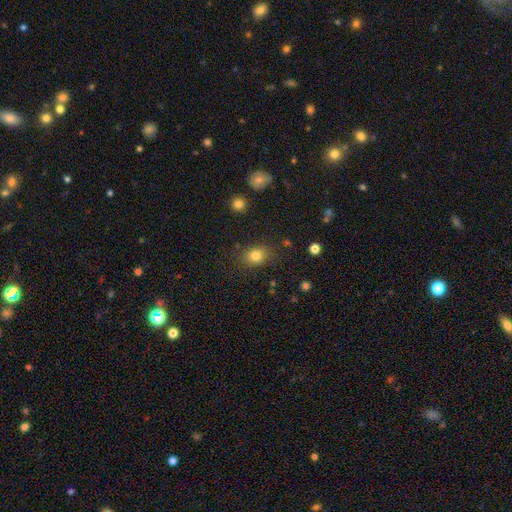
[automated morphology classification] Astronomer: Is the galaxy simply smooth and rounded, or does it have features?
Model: smooth — 82%.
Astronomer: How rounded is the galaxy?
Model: in between — 54% (runner-up: round, 44%).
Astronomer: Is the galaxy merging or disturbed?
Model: none — 80%.